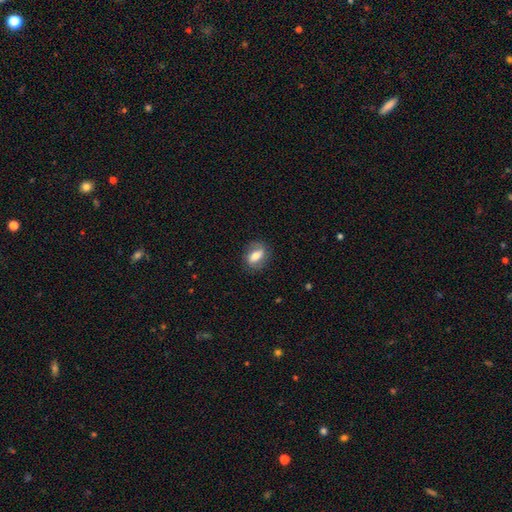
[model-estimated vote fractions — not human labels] Overall: smooth (55%; featured or disk 37%). How rounded: in between (77%). Merging: none (77%).